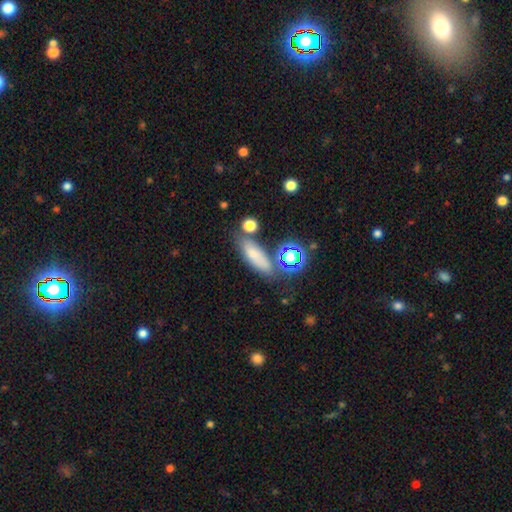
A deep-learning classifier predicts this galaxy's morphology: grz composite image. It shows a smooth galaxy with no disk features (70%) that is in between round and cigar-shaped (52%). Merging: none (68%).